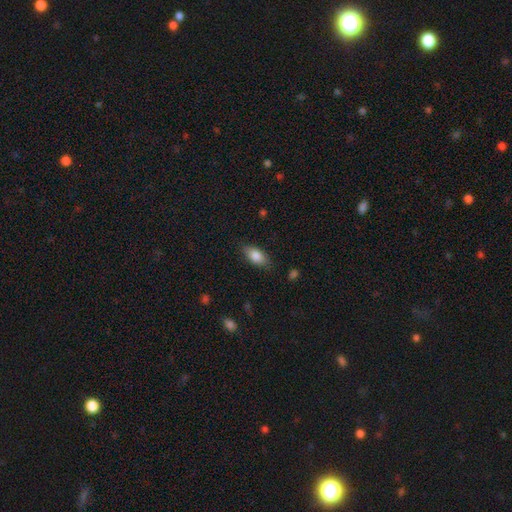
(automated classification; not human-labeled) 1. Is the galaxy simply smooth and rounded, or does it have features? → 83% smooth, 10% featured or disk, 7% star or artifact.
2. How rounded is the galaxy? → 89% in between, 8% cigar-shaped, 3% round.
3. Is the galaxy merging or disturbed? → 83% none, 13% minor disturbance, 3% major disturbance, 1% merger.